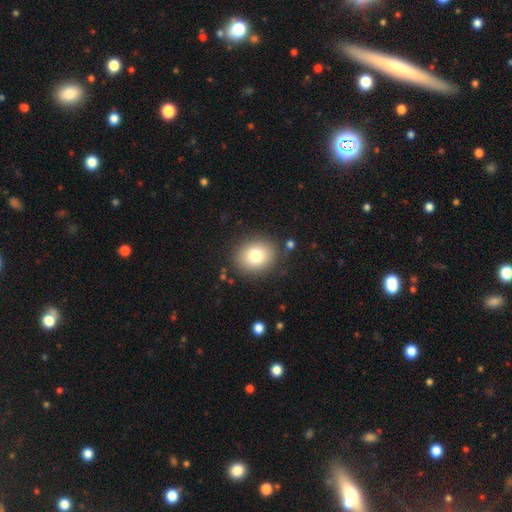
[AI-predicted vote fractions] Smooth or featured? smooth (79%)
How rounded? round (69%)
Merging? none (87%)